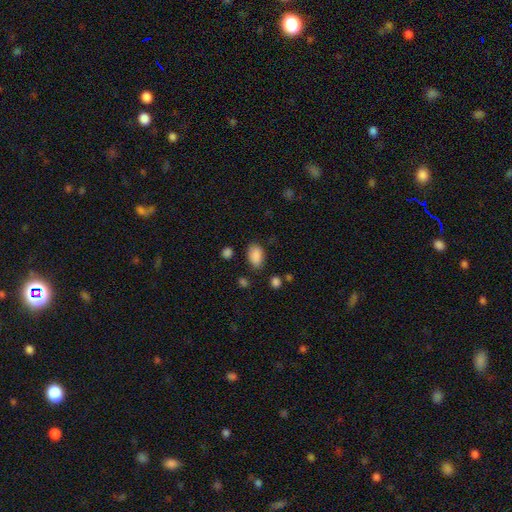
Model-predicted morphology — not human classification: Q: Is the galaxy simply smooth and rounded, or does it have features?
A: smooth — 88%.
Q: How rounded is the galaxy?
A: in between — 87%.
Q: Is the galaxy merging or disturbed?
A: none — 77%.